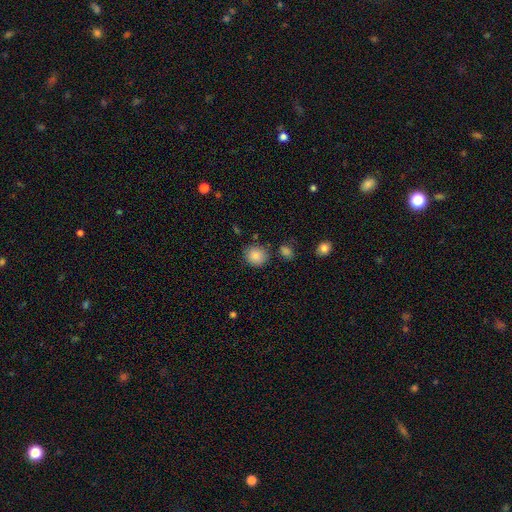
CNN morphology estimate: Smooth or featured?
  - smooth: 86% *
  - star or artifact: 9%
  - featured or disk: 5%
How rounded?
  - round: 83% *
  - in between: 16%
  - cigar-shaped: 1%
Merging?
  - none: 81% *
  - minor disturbance: 12%
  - merger: 4%
  - major disturbance: 3%